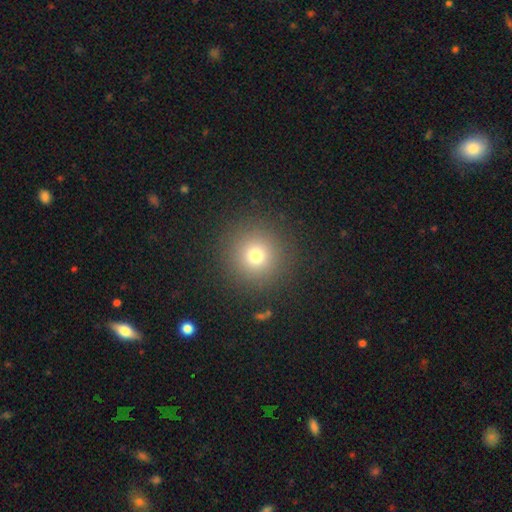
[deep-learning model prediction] A smooth galaxy with no disk features (73%) that is round (95%). Merging: none (90%).